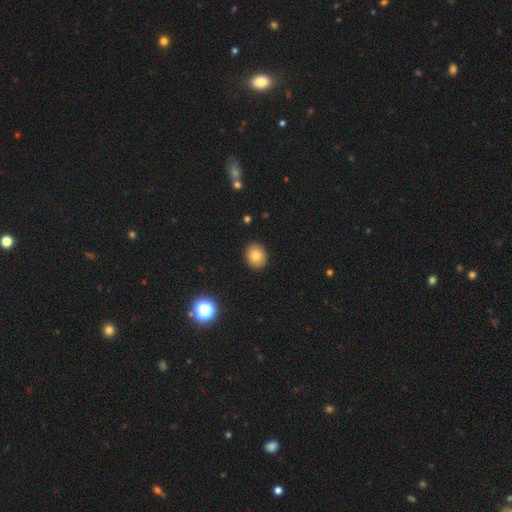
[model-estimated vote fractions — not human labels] smooth_or_featured: smooth (p=0.80) [alt: star or artifact p=0.11]
how_rounded: round (p=0.65) [alt: in between p=0.34]
merging: none (p=0.91) [alt: minor disturbance p=0.06]